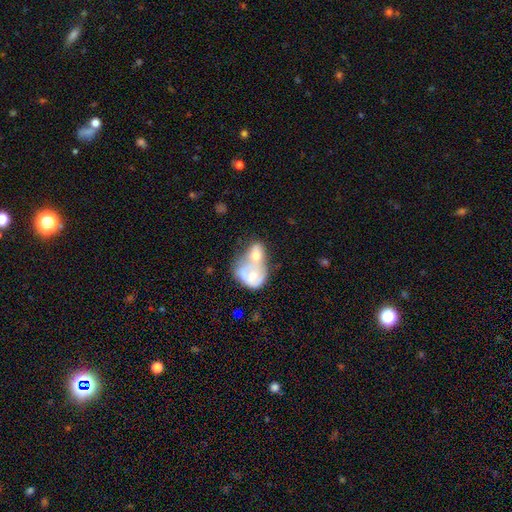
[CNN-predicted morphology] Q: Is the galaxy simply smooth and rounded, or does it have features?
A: smooth — 59%.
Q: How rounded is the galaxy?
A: in between — 60%.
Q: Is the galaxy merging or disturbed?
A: merger — 76%.